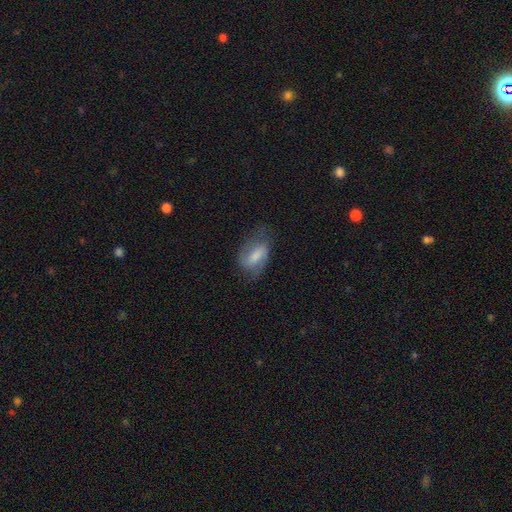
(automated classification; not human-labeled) Smooth or featured: featured or disk — 47% (smooth — 45%)
Merging: none — 58% (minor disturbance — 26%)